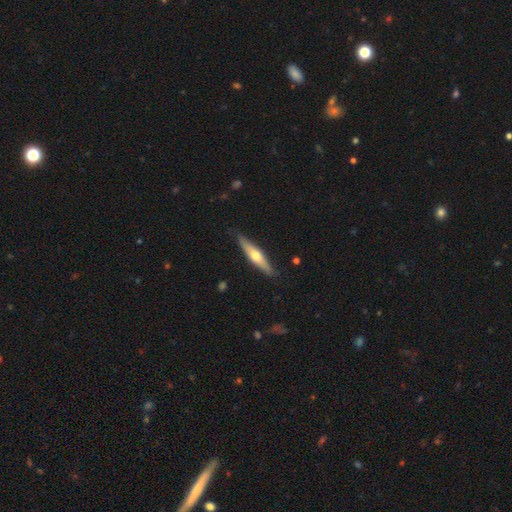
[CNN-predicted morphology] Smooth or featured?
  - featured or disk: 54% *
  - smooth: 41%
  - star or artifact: 5%
Edge-on disk?
  - yes: 91% *
  - no: 9%
Merging?
  - none: 85% *
  - minor disturbance: 12%
  - major disturbance: 2%
  - merger: 1%